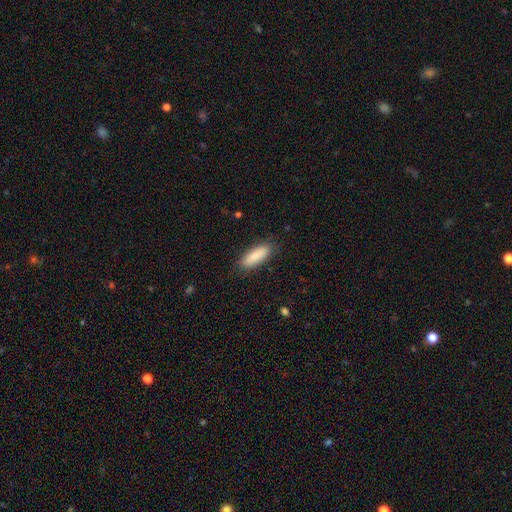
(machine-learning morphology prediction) A smooth galaxy with no disk features (85%) that is in between round and cigar-shaped (65%). Merging: none (86%).